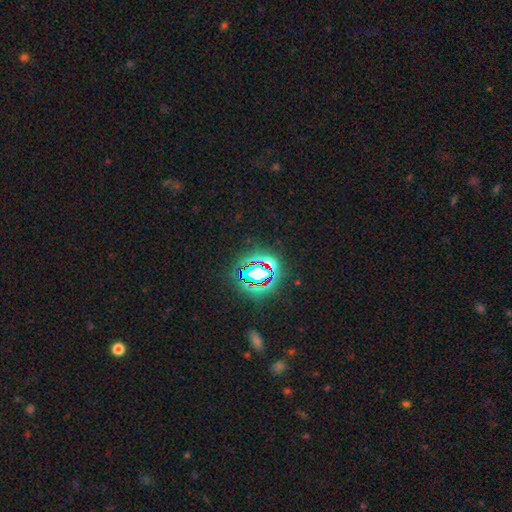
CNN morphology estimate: This appears to be a star or artifact, not a galaxy (82%).